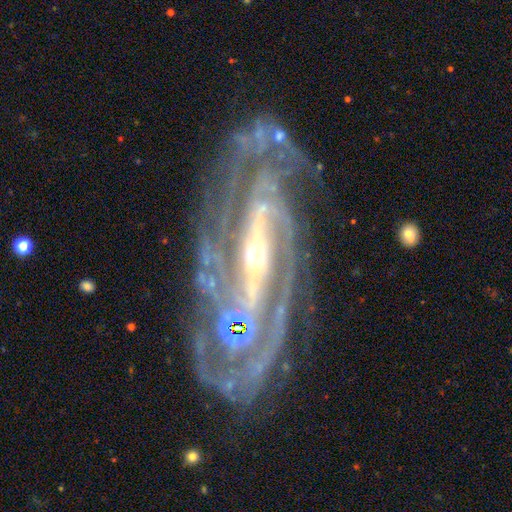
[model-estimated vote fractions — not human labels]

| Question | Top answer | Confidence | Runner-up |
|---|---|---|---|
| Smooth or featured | featured or disk | 92% | star or artifact (5%) |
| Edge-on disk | no | 93% | yes (7%) |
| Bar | strong | 56% | weak (25%) |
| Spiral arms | yes | 98% | no (2%) |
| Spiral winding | tight | 64% | medium (31%) |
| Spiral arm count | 2 | 40% | 3 (22%) |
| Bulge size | small | 59% | moderate (36%) |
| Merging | none | 73% | minor disturbance (17%) |